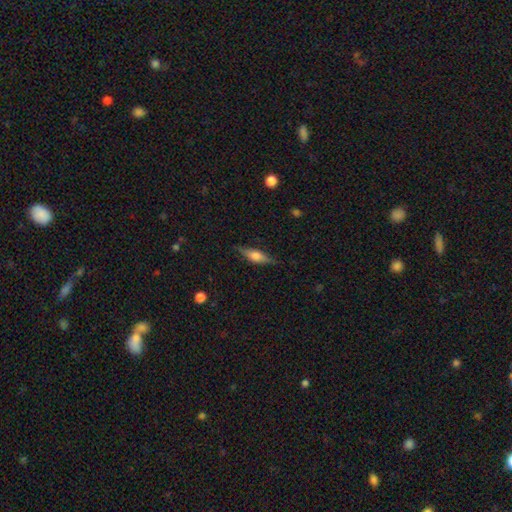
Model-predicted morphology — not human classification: Smooth or featured?
  - featured or disk: 55% *
  - smooth: 37%
  - star or artifact: 7%
Edge-on disk?
  - yes: 94% *
  - no: 6%
Edge-on bulge?
  - rounded: 83% *
  - boxy: 14%
  - none: 3%
Merging?
  - none: 83% *
  - minor disturbance: 13%
  - major disturbance: 3%
  - merger: 1%